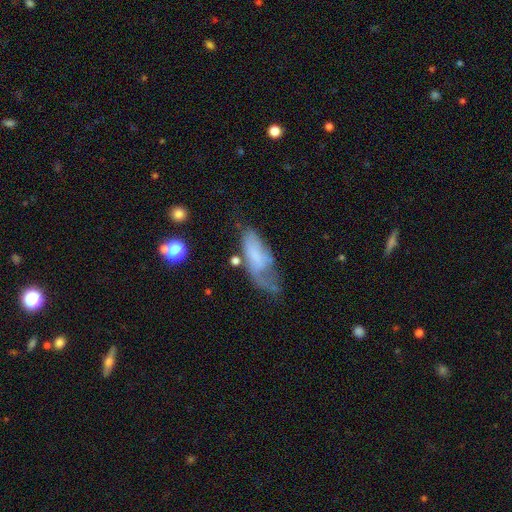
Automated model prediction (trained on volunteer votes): A smooth galaxy with no disk features (54%) that is in between round and cigar-shaped (76%).

Vote fractions:
- Smooth or featured? smooth: 54% / featured or disk: 37% / star or artifact: 9%
- How rounded? in between: 76% / cigar-shaped: 21% / round: 3%
- Merging? major disturbance: 36% / minor disturbance: 30% / none: 26% / merger: 7%